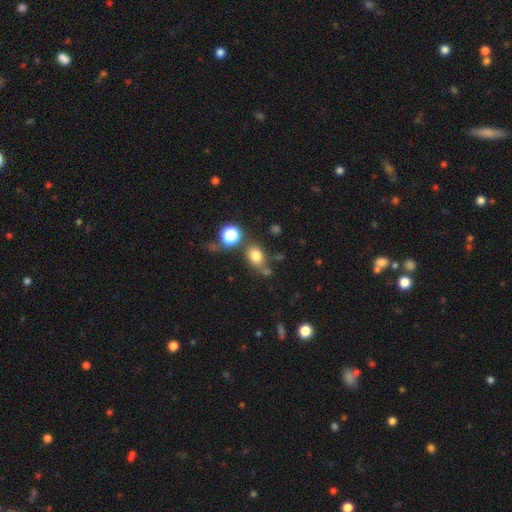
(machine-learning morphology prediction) Q: Smooth or featured?
A: smooth (77%); runner-up: star or artifact (14%)
Q: How rounded?
A: in between (57%); runner-up: round (41%)
Q: Merging?
A: none (60%); runner-up: minor disturbance (17%)